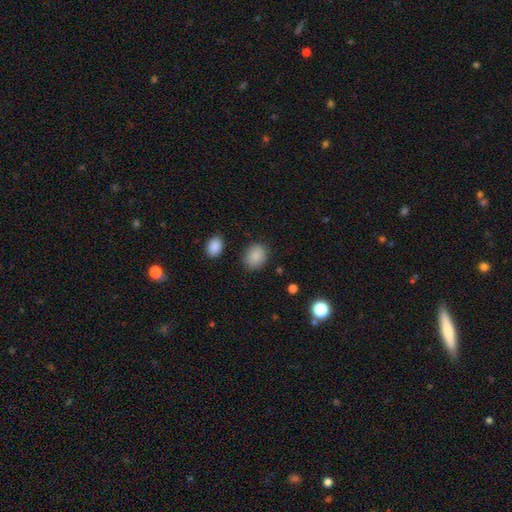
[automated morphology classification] Smooth or featured?
  - smooth: 88% *
  - star or artifact: 8%
  - featured or disk: 4%
How rounded?
  - round: 53% *
  - in between: 46%
  - cigar-shaped: 1%
Merging?
  - none: 84% *
  - minor disturbance: 11%
  - major disturbance: 3%
  - merger: 2%